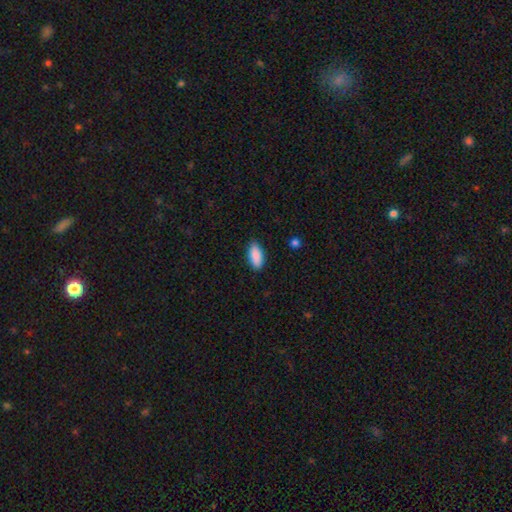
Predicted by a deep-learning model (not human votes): smooth_or_featured: smooth (p=0.89) [alt: star or artifact p=0.06]
how_rounded: in between (p=0.88) [alt: cigar-shaped p=0.10]
merging: none (p=0.85) [alt: minor disturbance p=0.12]